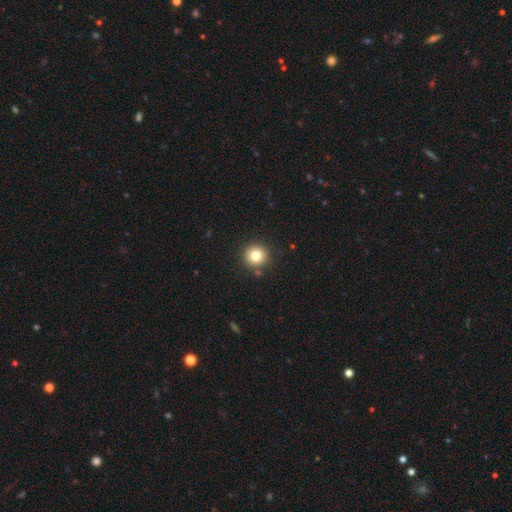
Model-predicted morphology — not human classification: The model was most divided on "smooth or featured": smooth: 80%, star or artifact: 12%, featured or disk: 8%. More confident: how rounded — round (94%); merging — none (89%).